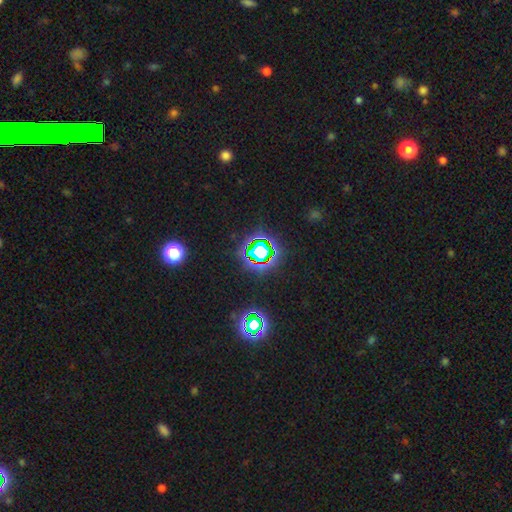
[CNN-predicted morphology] smooth-or-featured: star or artifact: 80% | smooth: 13% | featured or disk: 7%